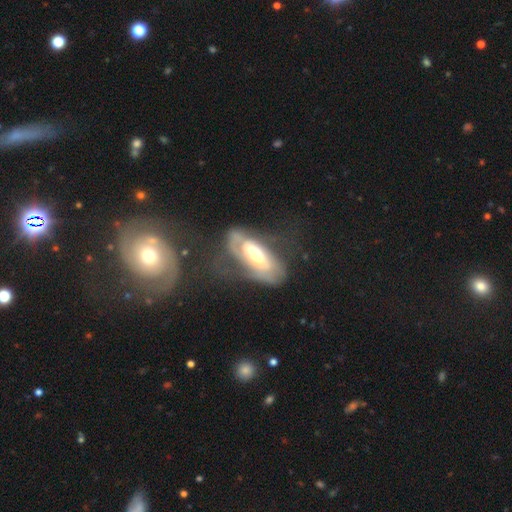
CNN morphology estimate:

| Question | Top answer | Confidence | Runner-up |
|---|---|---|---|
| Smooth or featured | featured or disk | 67% | smooth (27%) |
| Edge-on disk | no | 88% | yes (12%) |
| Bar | no | 54% | weak (28%) |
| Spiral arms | yes | 67% | no (33%) |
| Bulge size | moderate | 63% | small (20%) |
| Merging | none | 40% | major disturbance (30%) |